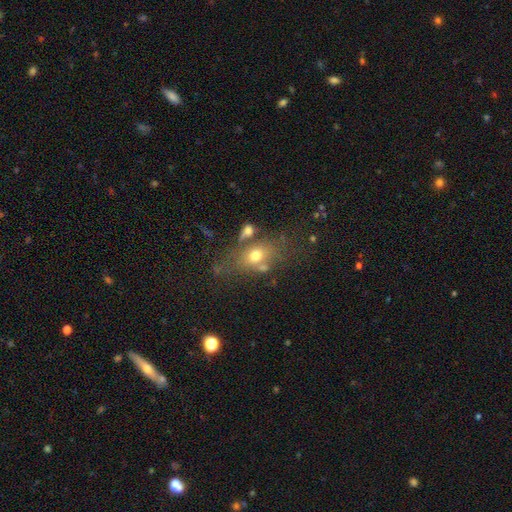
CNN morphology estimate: Smooth or featured? Predicted: smooth (p=0.66). How rounded? Predicted: in between (p=0.68). Merging? Predicted: none (p=0.52).